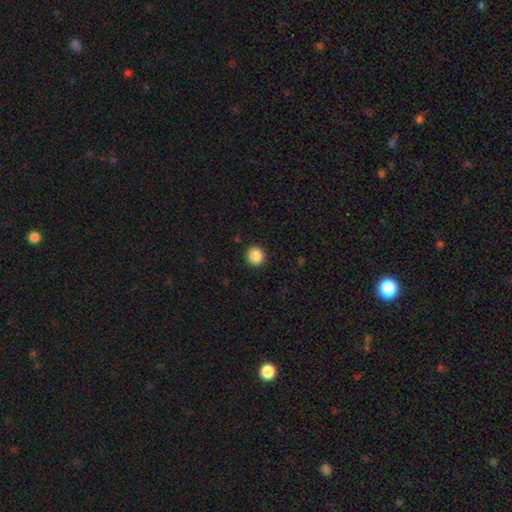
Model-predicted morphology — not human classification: Smooth or featured?
  - smooth: 88% *
  - star or artifact: 9%
  - featured or disk: 3%
How rounded?
  - round: 93% *
  - in between: 6%
  - cigar-shaped: 1%
Merging?
  - none: 92% *
  - minor disturbance: 5%
  - major disturbance: 2%
  - merger: 1%